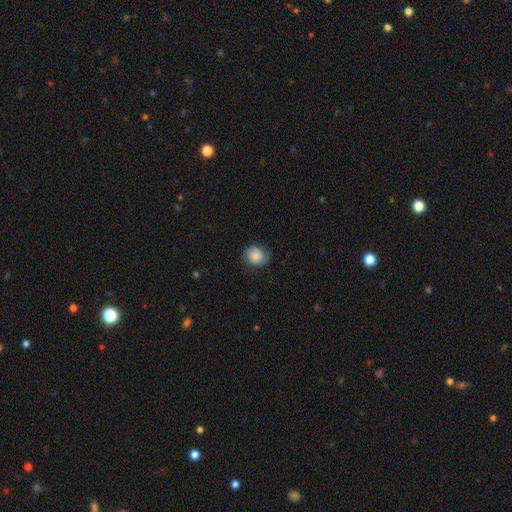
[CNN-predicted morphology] Smooth or featured?
  - smooth: 77% *
  - featured or disk: 14%
  - star or artifact: 8%
How rounded?
  - round: 74% *
  - in between: 25%
  - cigar-shaped: 1%
Merging?
  - none: 74% *
  - minor disturbance: 20%
  - major disturbance: 6%
  - merger: 1%